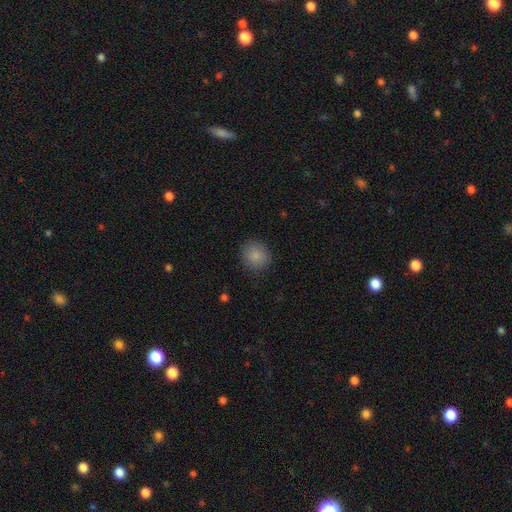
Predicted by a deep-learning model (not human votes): This appears to be a smooth galaxy with no disk features (86%) that is round (85%). Merging: none (88%).